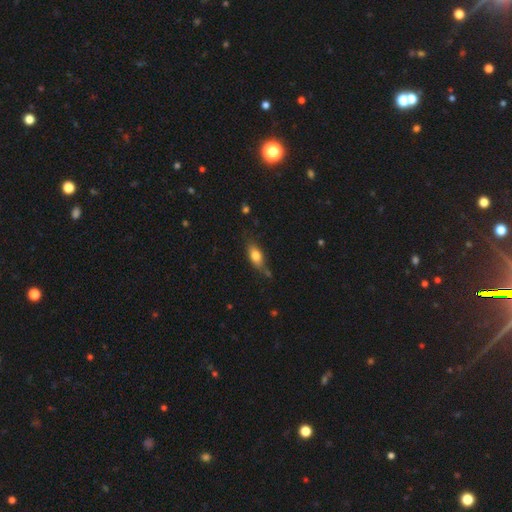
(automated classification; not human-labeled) smooth 75%, featured or disk 17%, star or artifact 8%. Down the decision tree: how rounded — in between (78%); merging — none (61%).